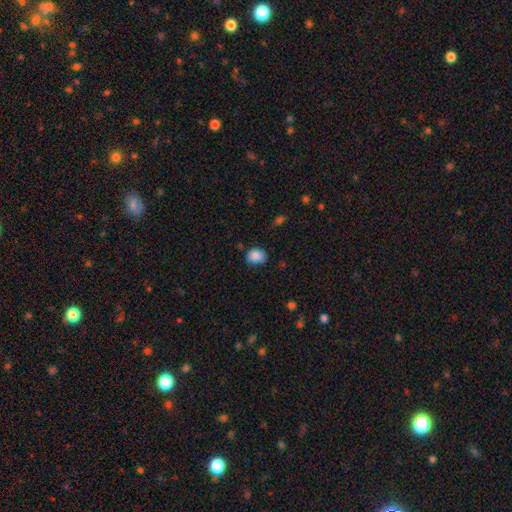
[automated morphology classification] This is clearly a smooth galaxy (87%). How rounded: possibly round (53%). Merging: likely none (71%).